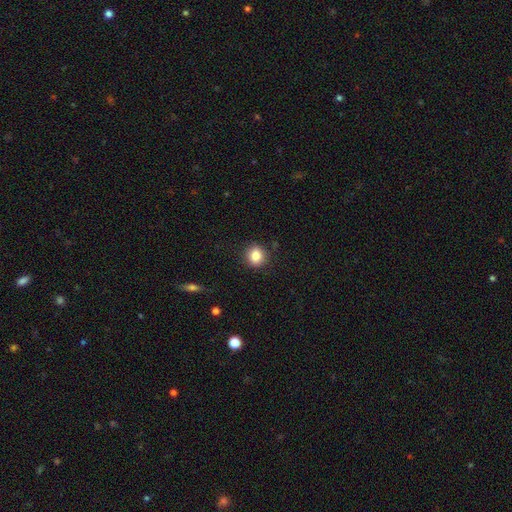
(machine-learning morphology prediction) smooth 84%, star or artifact 10%, featured or disk 6%. Down the decision tree: how rounded — round (72%); merging — none (87%).